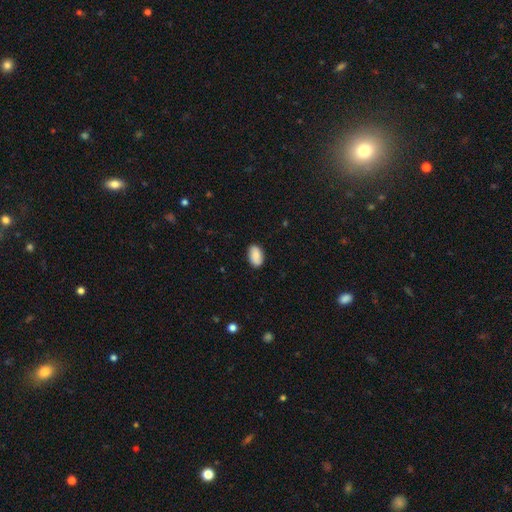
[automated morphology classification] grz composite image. It shows a smooth galaxy with no disk features (85%) that is in between round and cigar-shaped (92%). Merging: none (84%).